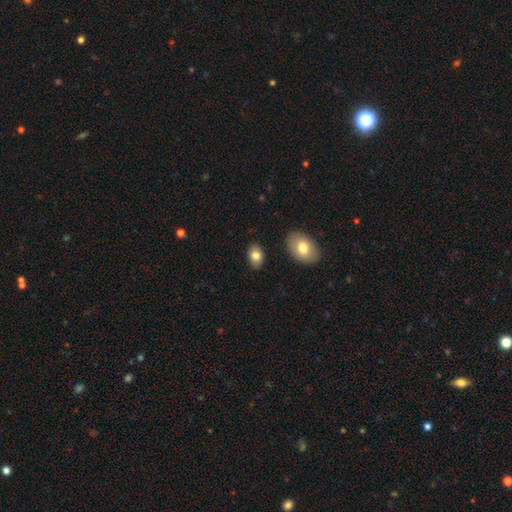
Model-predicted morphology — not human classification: Smooth or featured?
  - smooth: 80% *
  - featured or disk: 12%
  - star or artifact: 8%
How rounded?
  - in between: 86% *
  - round: 12%
  - cigar-shaped: 1%
Merging?
  - none: 85% *
  - minor disturbance: 10%
  - merger: 3%
  - major disturbance: 2%